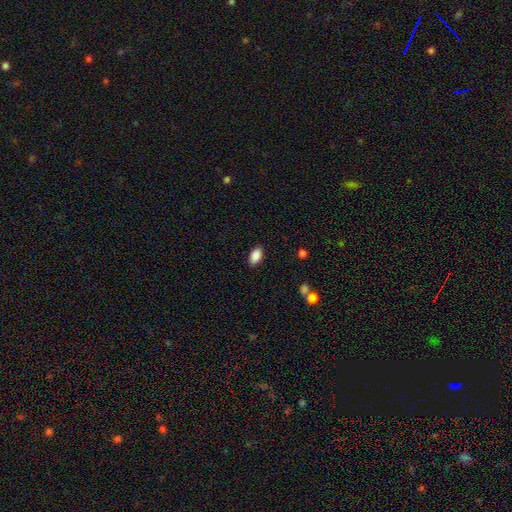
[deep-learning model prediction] Q: Smooth or featured?
A: smooth (89%); runner-up: star or artifact (7%)
Q: How rounded?
A: in between (93%); runner-up: round (4%)
Q: Merging?
A: none (88%); runner-up: minor disturbance (9%)